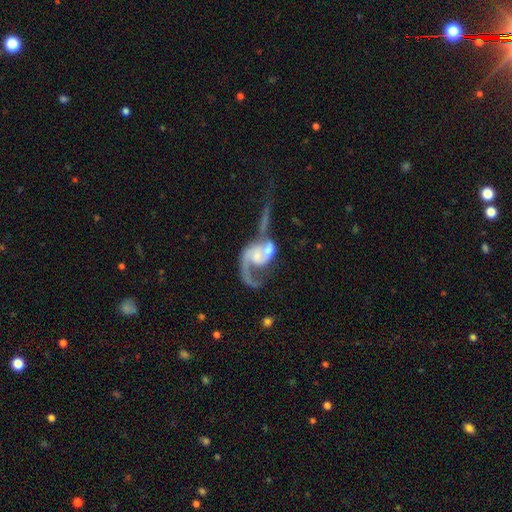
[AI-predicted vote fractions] smooth_or_featured: featured or disk (p=0.80) [alt: smooth p=0.14]
disk_edge_on: no (p=0.97) [alt: yes p=0.03]
bar: no (p=0.61) [alt: weak p=0.30]
has_spiral_arms: yes (p=0.89) [alt: no p=0.11]
spiral_winding: loose (p=0.62) [alt: medium p=0.28]
spiral_arm_count: 1 (p=0.49) [alt: 2 p=0.43]
bulge_size: moderate (p=0.39) [alt: small p=0.31]
merging: merger (p=0.57) [alt: major disturbance p=0.22]